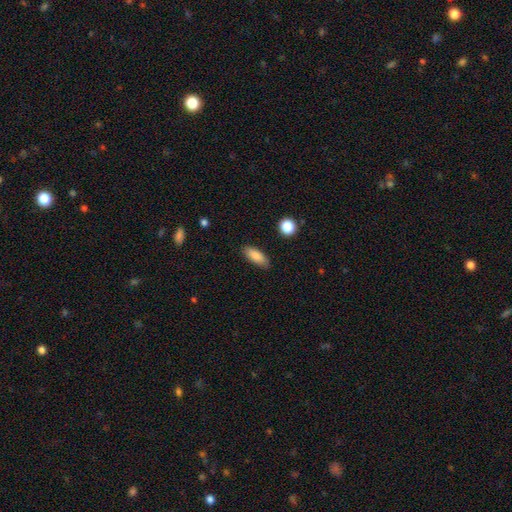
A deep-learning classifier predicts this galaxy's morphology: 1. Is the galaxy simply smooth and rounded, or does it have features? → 85% smooth, 8% featured or disk, 7% star or artifact.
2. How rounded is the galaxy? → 73% in between, 24% cigar-shaped, 3% round.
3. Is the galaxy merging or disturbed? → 84% none, 12% minor disturbance, 2% major disturbance, 1% merger.